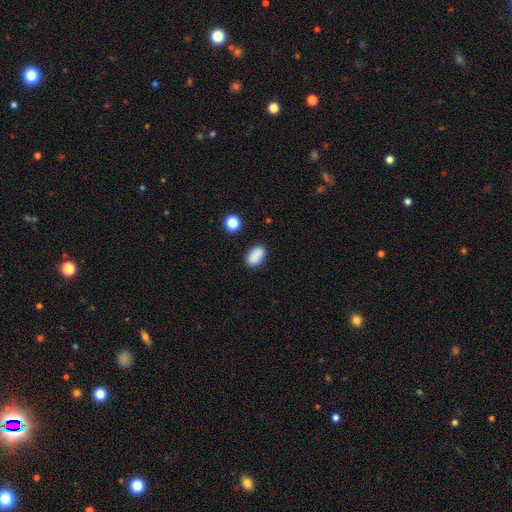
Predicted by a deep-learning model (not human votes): smooth-or-featured: smooth: 85% | star or artifact: 9% | featured or disk: 5%
  how-rounded: in between: 89% | round: 8% | cigar-shaped: 4%
  merging: none: 76% | minor disturbance: 15% | merger: 6% | major disturbance: 3%